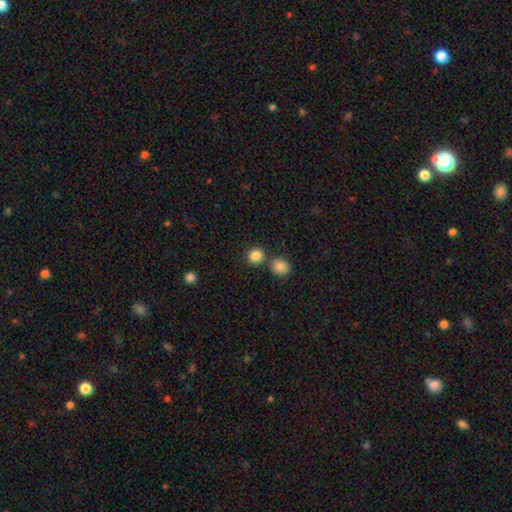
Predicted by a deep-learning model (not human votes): Smooth or featured? Predicted: smooth (p=0.85). How rounded? Predicted: round (p=0.85). Merging? Predicted: none (p=0.71).